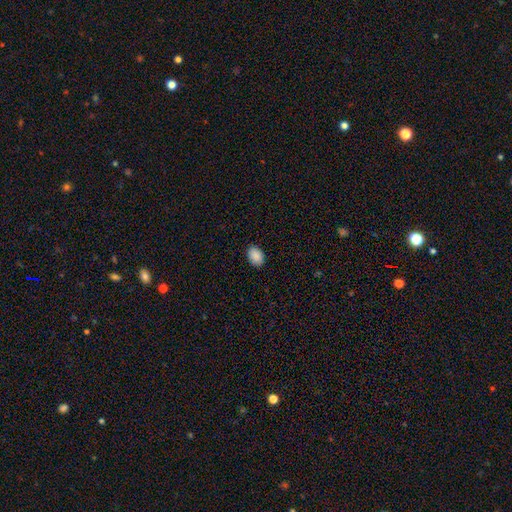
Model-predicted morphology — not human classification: Smooth or featured?
  - smooth: 89% *
  - star or artifact: 7%
  - featured or disk: 3%
How rounded?
  - in between: 81% *
  - round: 18%
  - cigar-shaped: 1%
Merging?
  - none: 89% *
  - minor disturbance: 8%
  - major disturbance: 2%
  - merger: 1%